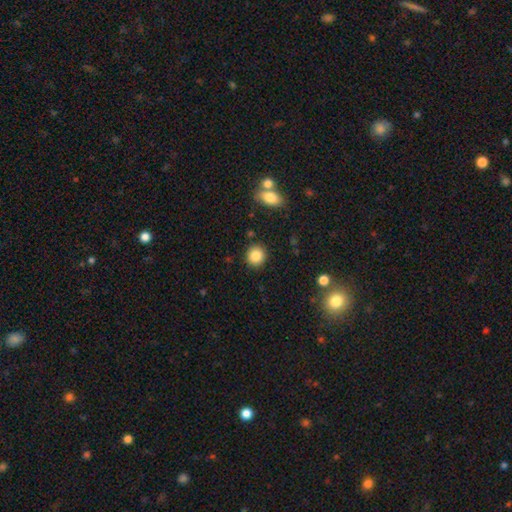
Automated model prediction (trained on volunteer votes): Smooth or featured: smooth — 86% (star or artifact — 9%)
How rounded: round — 86% (in between — 13%)
Merging: none — 88% (minor disturbance — 7%)